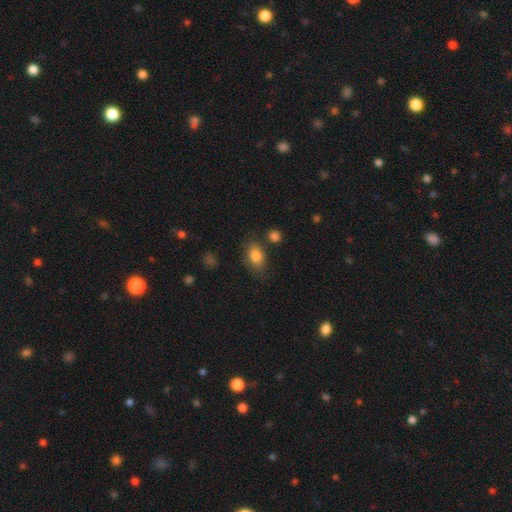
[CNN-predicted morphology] Overall: smooth (84%). How rounded: in between (85%). Merging: none (72%).